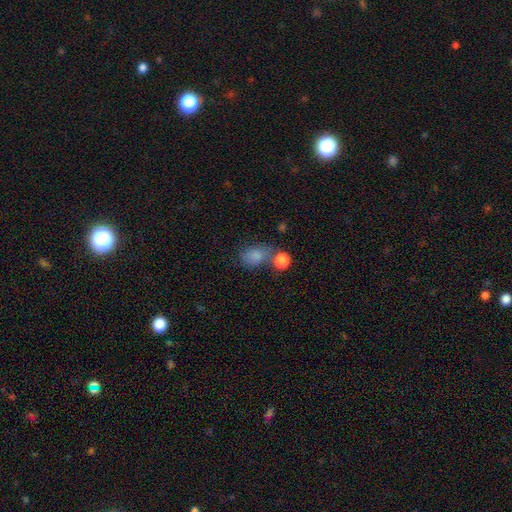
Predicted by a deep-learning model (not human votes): smooth 79%, star or artifact 12%, featured or disk 9%. Down the decision tree: how rounded — in between (59%); merging — none (48%).